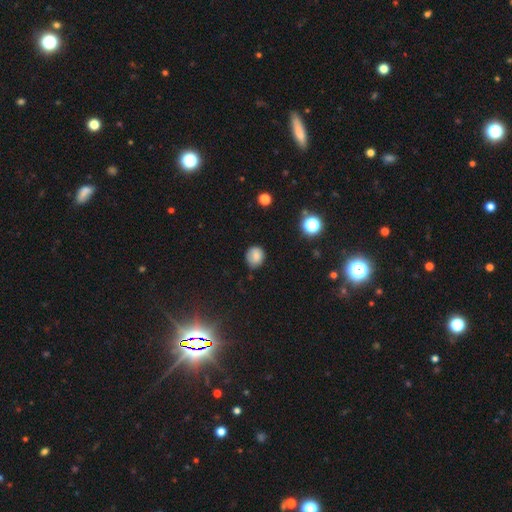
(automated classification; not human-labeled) A smooth galaxy with no disk features (80%) that is round (76%).

Vote fractions:
- Smooth or featured? smooth: 80% / star or artifact: 12% / featured or disk: 8%
- How rounded? round: 76% / in between: 23% / cigar-shaped: 1%
- Merging? none: 70% / minor disturbance: 24% / major disturbance: 5% / merger: 2%